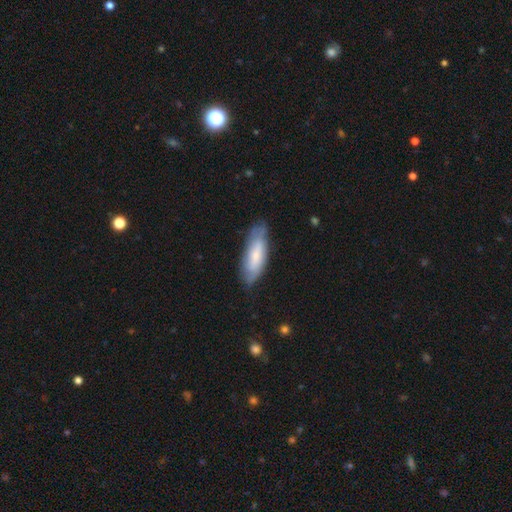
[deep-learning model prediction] A smooth galaxy with no disk features (59%) that is in between round and cigar-shaped (60%). Merging: none (70%).